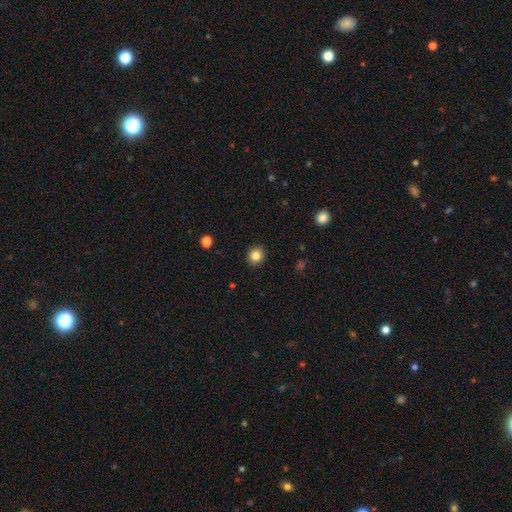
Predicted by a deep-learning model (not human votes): This appears to be a smooth galaxy with no disk features (84%) that is round (86%). Merging: none (92%).